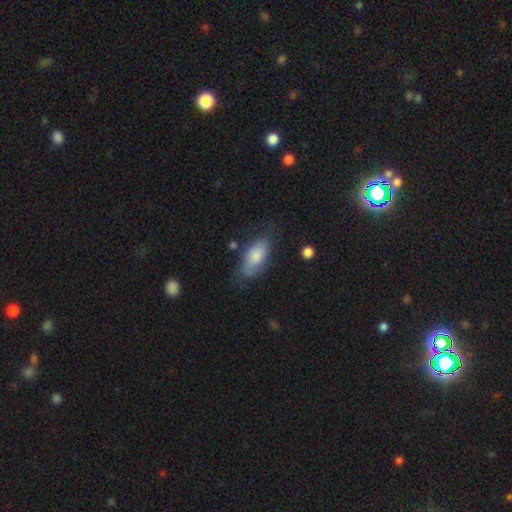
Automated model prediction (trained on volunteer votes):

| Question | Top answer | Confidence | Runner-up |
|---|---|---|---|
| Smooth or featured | smooth | 74% | featured or disk (19%) |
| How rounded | in between | 87% | cigar-shaped (10%) |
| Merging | none | 64% | minor disturbance (25%) |